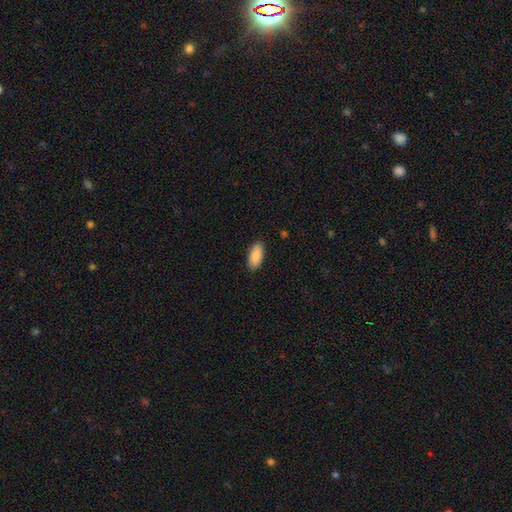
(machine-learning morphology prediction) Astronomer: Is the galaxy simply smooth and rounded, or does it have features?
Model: smooth — 88%.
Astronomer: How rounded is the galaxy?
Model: in between — 88%.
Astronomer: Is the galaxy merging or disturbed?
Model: none — 88%.